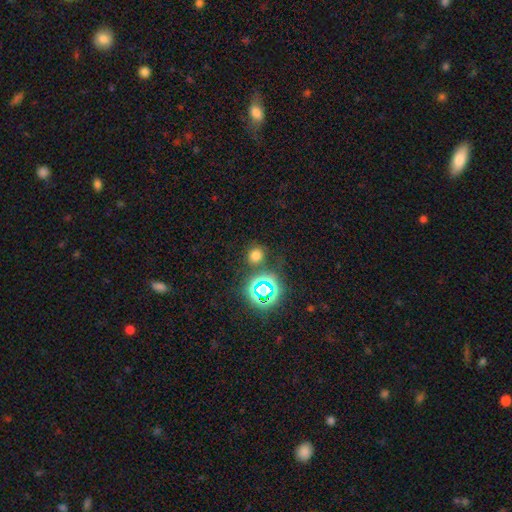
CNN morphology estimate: Smooth or featured: smooth — 65% (star or artifact — 28%)
How rounded: round — 86% (in between — 12%)
Merging: none — 83% (minor disturbance — 9%)